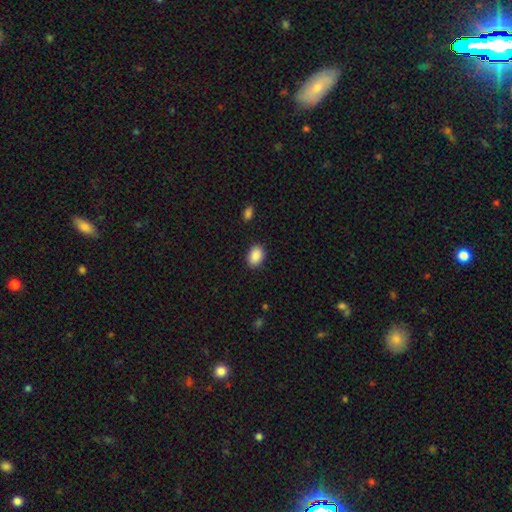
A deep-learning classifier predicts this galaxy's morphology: A smooth galaxy with no disk features (90%) that is in between round and cigar-shaped (79%).

Vote fractions:
- Smooth or featured? smooth: 90% / star or artifact: 7% / featured or disk: 3%
- How rounded? in between: 79% / round: 20% / cigar-shaped: 1%
- Merging? none: 88% / minor disturbance: 8% / major disturbance: 2% / merger: 1%